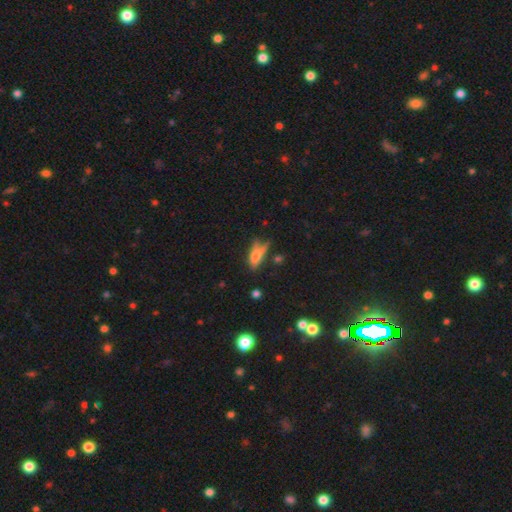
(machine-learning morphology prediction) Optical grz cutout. It shows a smooth galaxy with no disk features (61%) that is in between round and cigar-shaped (67%). Merging: none (42%).